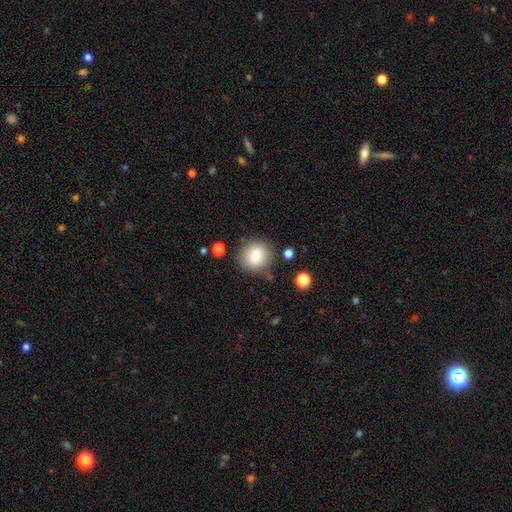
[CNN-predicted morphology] Overall: smooth (78%). How rounded: round (89%). Merging: none (82%).